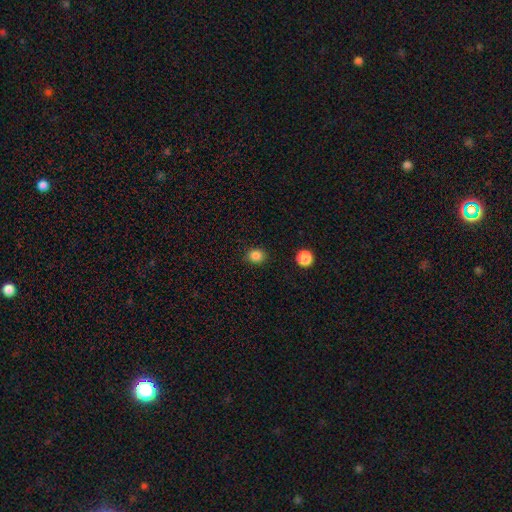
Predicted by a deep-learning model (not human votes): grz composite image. It shows a smooth galaxy with no disk features (84%) that is round (71%). Merging: none (89%).